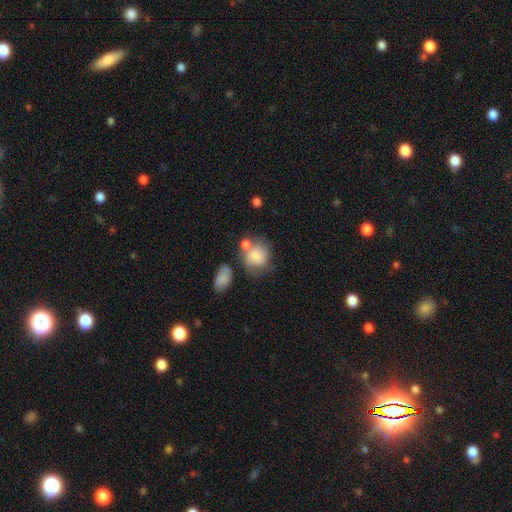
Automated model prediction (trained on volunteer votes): smooth_or_featured: smooth (p=0.74) [alt: featured or disk p=0.18]
how_rounded: round (p=0.64) [alt: in between p=0.35]
merging: none (p=0.40) [alt: merger p=0.27]